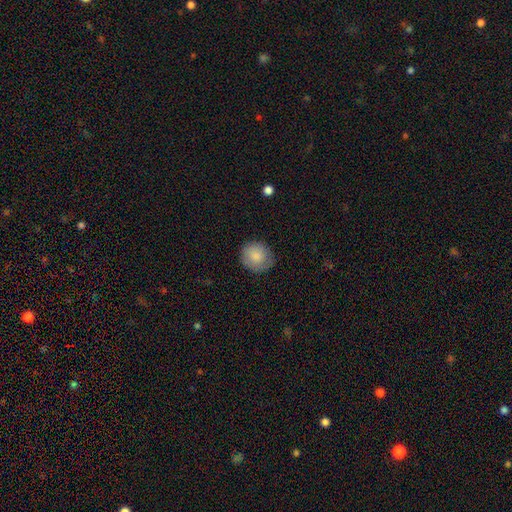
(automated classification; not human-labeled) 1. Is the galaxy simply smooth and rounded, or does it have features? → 83% smooth, 10% featured or disk, 7% star or artifact.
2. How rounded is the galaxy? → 83% round, 16% in between, 1% cigar-shaped.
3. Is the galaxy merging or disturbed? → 75% none, 19% minor disturbance, 5% major disturbance, 1% merger.